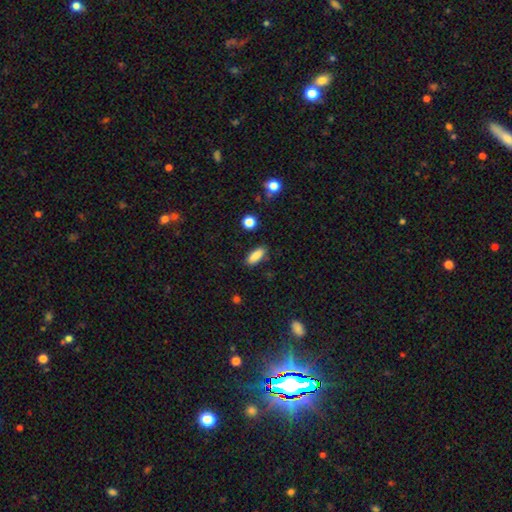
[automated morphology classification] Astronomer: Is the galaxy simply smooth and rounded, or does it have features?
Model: smooth — 87%.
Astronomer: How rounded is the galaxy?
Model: in between — 71%.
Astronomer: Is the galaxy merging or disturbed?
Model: none — 86%.